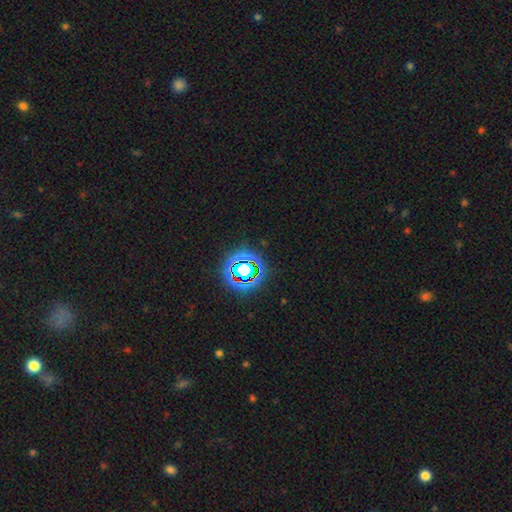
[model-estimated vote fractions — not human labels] Smooth or featured? star or artifact (78%)